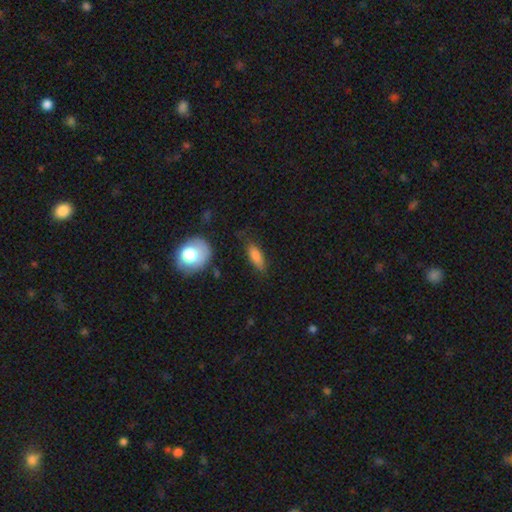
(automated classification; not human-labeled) smooth_or_featured: smooth (p=0.78) [alt: featured or disk p=0.13]
how_rounded: in between (p=0.65) [alt: cigar-shaped p=0.31]
merging: none (p=0.70) [alt: minor disturbance p=0.21]